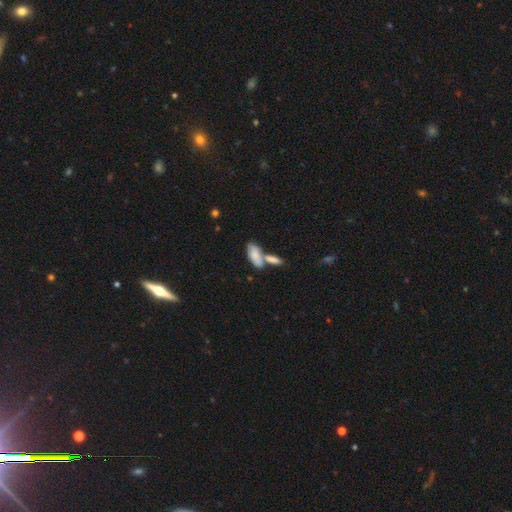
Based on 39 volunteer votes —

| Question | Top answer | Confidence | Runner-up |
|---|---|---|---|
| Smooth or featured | smooth | 82% | star or artifact (10%) |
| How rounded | in between | 94% | round (3%) |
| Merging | merger | 60% | none (26%) |